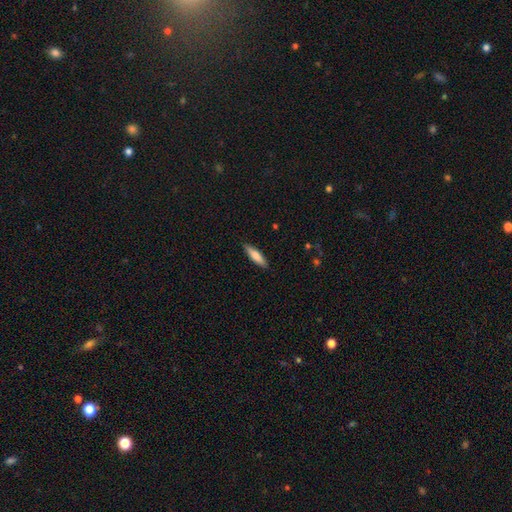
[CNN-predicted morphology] A smooth galaxy with no disk features (72%) that is cigar-shaped (71%). Merging: none (89%).